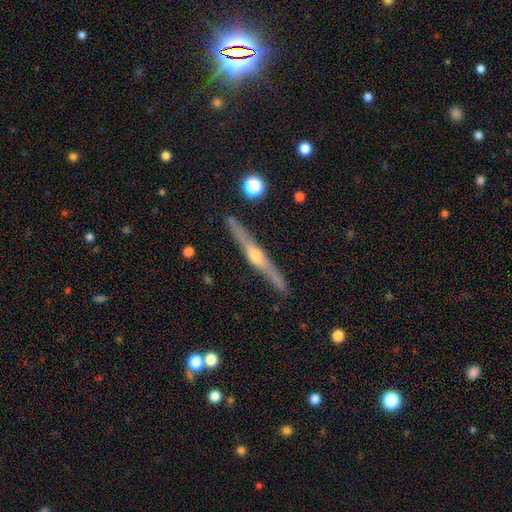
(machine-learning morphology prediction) featured or disk 76%, smooth 18%, star or artifact 6%. Down the decision tree: edge-on disk — yes (97%); edge-on bulge — rounded (89%); merging — none (88%).